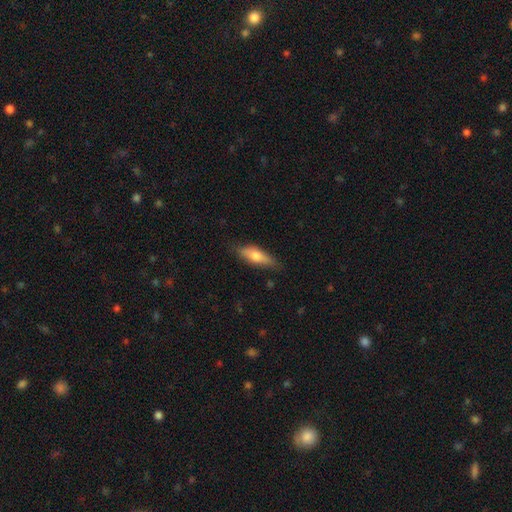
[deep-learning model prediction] smooth 65%, featured or disk 29%, star or artifact 6%. Down the decision tree: how rounded — in between (56%); merging — none (78%).